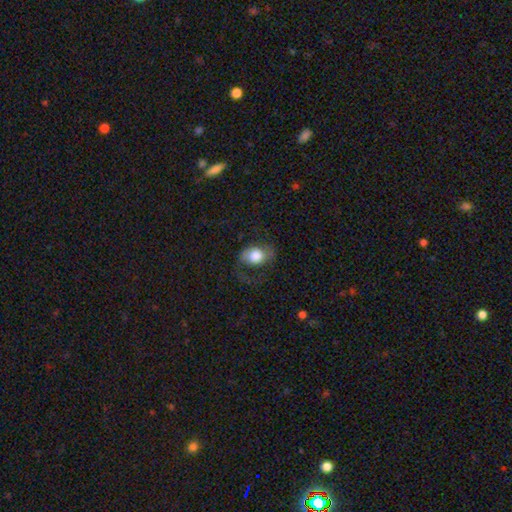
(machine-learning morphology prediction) A smooth galaxy with no disk features (58%) that is in between round and cigar-shaped (59%). Merging: none (51%).